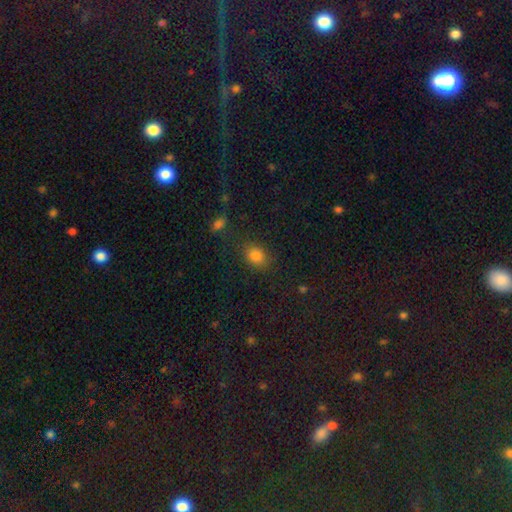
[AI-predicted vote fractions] A smooth galaxy with no disk features (83%) that is in between round and cigar-shaped (56%).

Vote fractions:
- Smooth or featured? smooth: 83% / star or artifact: 12% / featured or disk: 5%
- How rounded? in between: 56% / round: 43% / cigar-shaped: 1%
- Merging? none: 79% / minor disturbance: 13% / major disturbance: 5% / merger: 3%